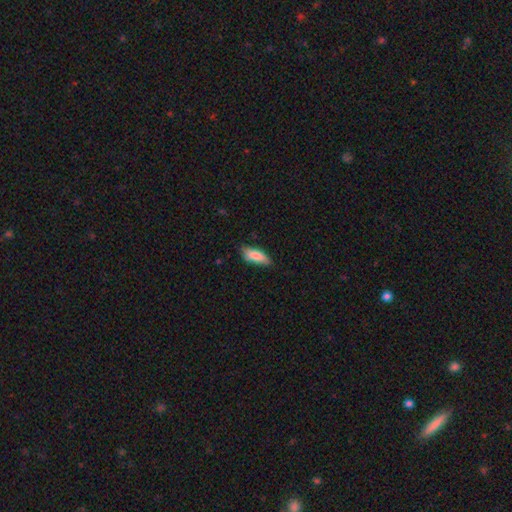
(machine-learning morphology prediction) This is clearly a smooth galaxy (83%). How rounded: likely in between (66%). Merging: likely none (72%).